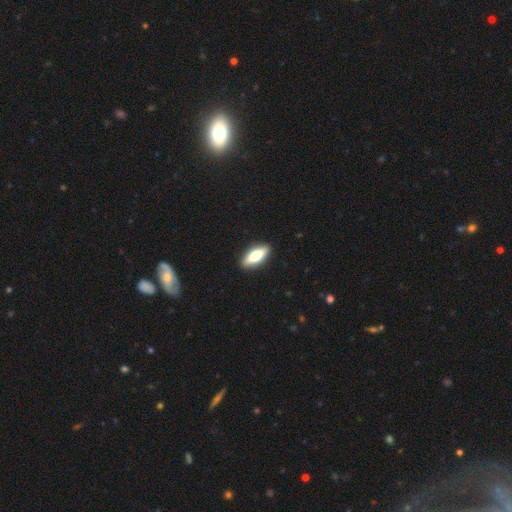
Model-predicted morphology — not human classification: A smooth galaxy with no disk features (62%) that is in between round and cigar-shaped (67%). Merging: none (90%).